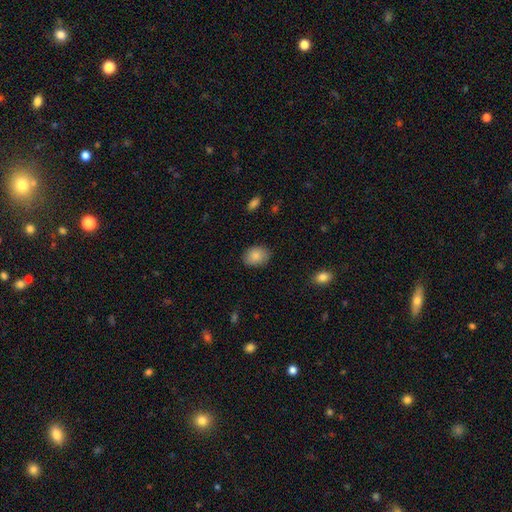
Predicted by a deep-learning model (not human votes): smooth_or_featured: smooth (p=0.86) [alt: star or artifact p=0.07]
how_rounded: in between (p=0.65) [alt: round p=0.34]
merging: none (p=0.83) [alt: minor disturbance p=0.13]